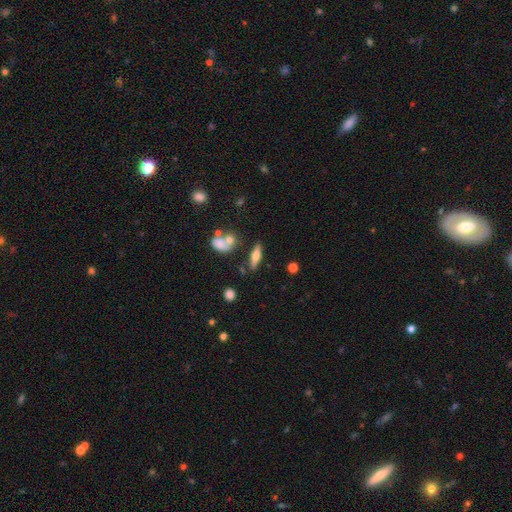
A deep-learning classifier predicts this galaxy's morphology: Smooth or featured: smooth — 51% (featured or disk — 41%)
How rounded: cigar-shaped — 53% (in between — 43%)
Merging: none — 76% (minor disturbance — 12%)